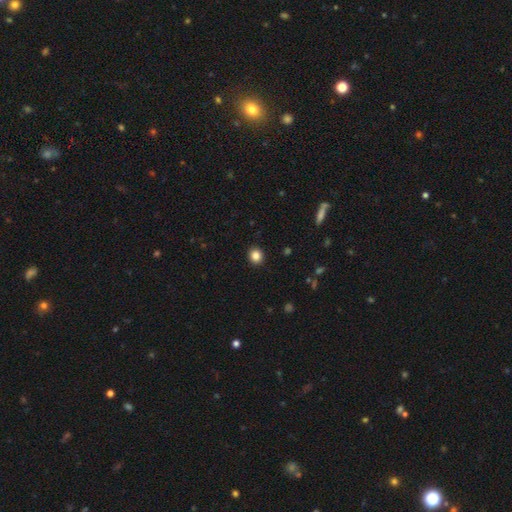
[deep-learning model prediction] Smooth or featured: smooth — 85% (star or artifact — 11%)
How rounded: round — 85% (in between — 14%)
Merging: none — 92% (minor disturbance — 5%)